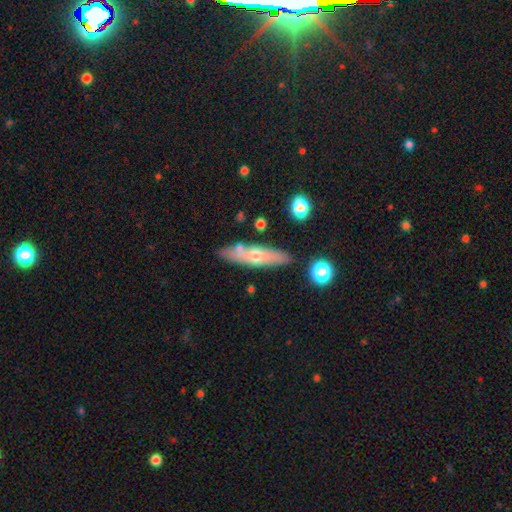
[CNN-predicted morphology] Q: Smooth or featured?
A: smooth (48%); runner-up: featured or disk (45%)
Q: Merging?
A: none (80%); runner-up: minor disturbance (12%)